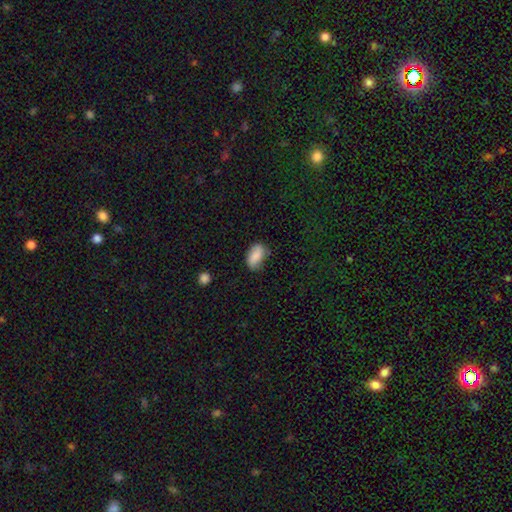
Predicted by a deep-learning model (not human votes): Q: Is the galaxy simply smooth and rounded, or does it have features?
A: smooth — 81%.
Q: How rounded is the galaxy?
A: in between — 91%.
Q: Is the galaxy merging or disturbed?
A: none — 62%.